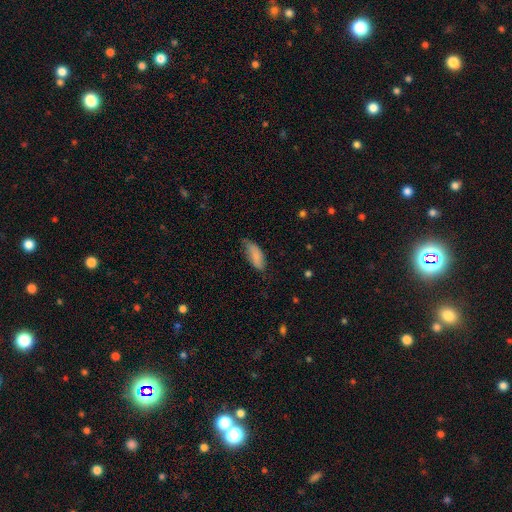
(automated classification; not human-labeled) smooth 82%, featured or disk 12%, star or artifact 6%. Down the decision tree: how rounded — in between (80%); merging — none (56%).